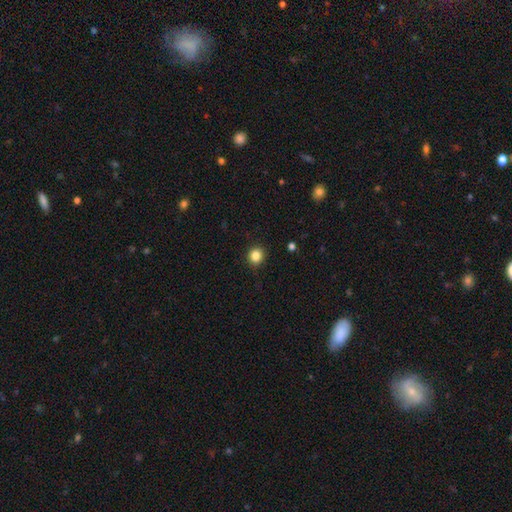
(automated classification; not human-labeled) The model was most divided on "how rounded": round: 84%, in between: 15%, cigar-shaped: 1%. More confident: merging — none (92%); smooth or featured — smooth (84%).